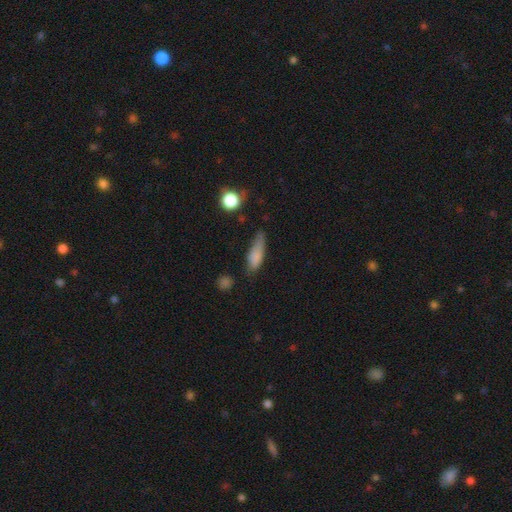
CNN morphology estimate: The model was most divided on "merging": none: 41%, minor disturbance: 39%, major disturbance: 15%, merger: 5%. Remaining: smooth or featured — smooth (77%); how rounded — cigar-shaped (50%).